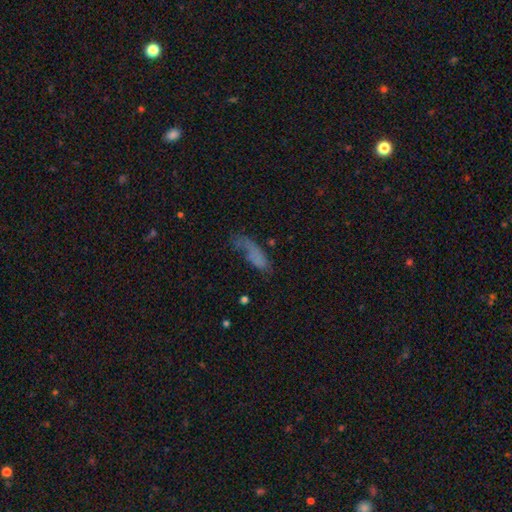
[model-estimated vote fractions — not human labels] Smooth or featured: smooth — 61% (featured or disk — 26%)
How rounded: in between — 68% (cigar-shaped — 27%)
Merging: major disturbance — 40% (none — 31%)